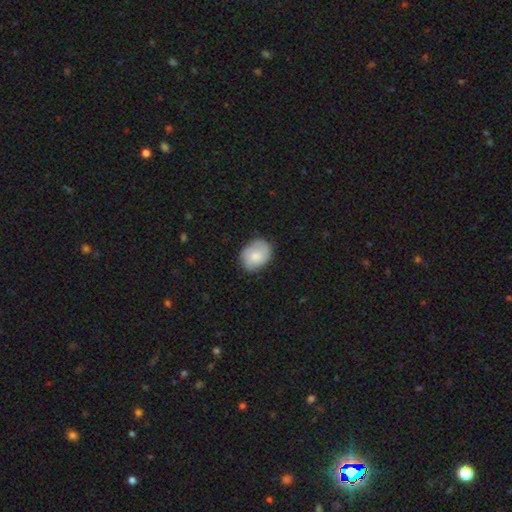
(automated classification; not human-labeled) Overall: smooth (71%). How rounded: in between (58%; round 41%). Merging: none (76%).